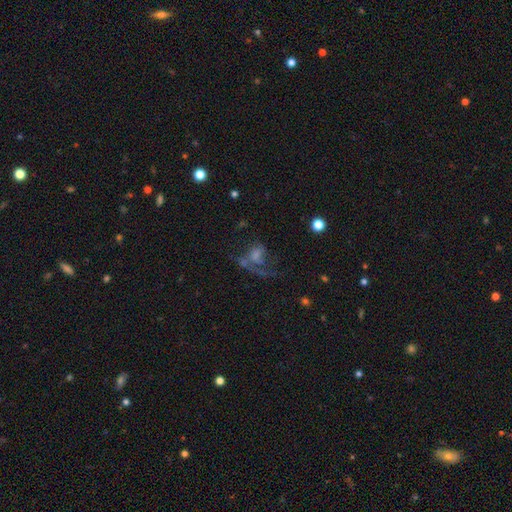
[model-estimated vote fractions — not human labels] Smooth or featured? Predicted: featured or disk (p=0.47). Merging? Predicted: major disturbance (p=0.43).